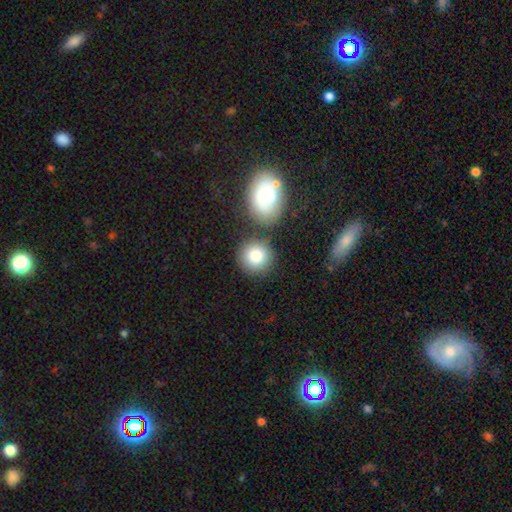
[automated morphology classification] smooth 84%, star or artifact 8%, featured or disk 8%. Down the decision tree: how rounded — round (89%); merging — none (70%).